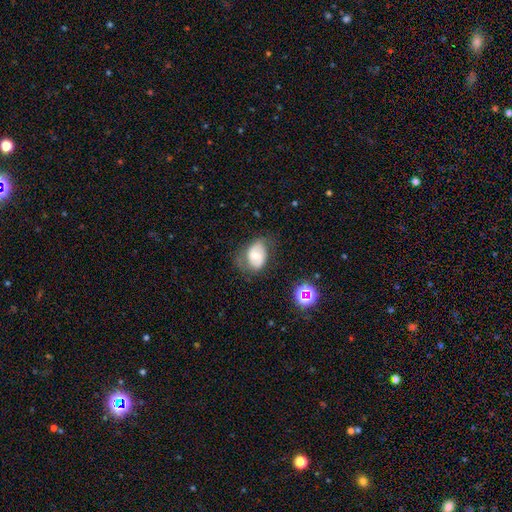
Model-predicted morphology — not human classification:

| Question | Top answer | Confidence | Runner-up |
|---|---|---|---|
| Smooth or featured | smooth | 52% | featured or disk (38%) |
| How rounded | in between | 74% | round (25%) |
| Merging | none | 54% | minor disturbance (29%) |